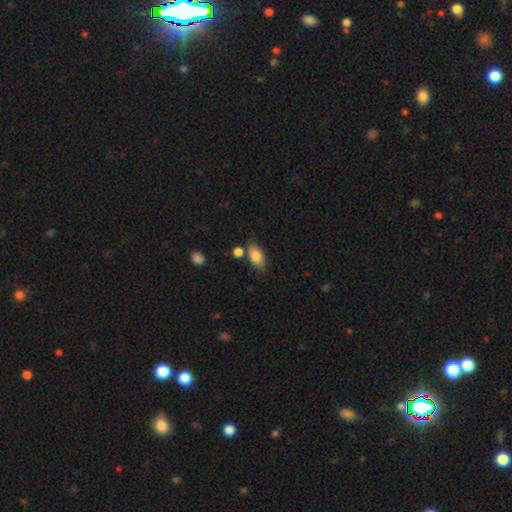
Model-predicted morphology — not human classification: A smooth galaxy with no disk features (84%) that is in between round and cigar-shaped (90%). Merging: none (72%).